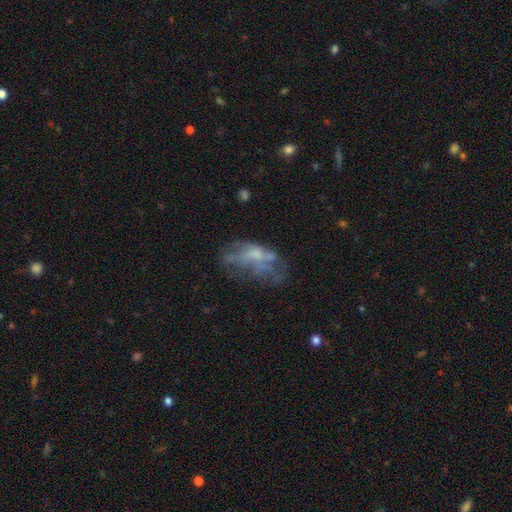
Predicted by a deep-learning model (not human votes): A featured or disk galaxy (54%) with no bar (85%), no spiral arms (86%) and no central bulge (43%).

Vote fractions:
- Smooth or featured? featured or disk: 54% / smooth: 32% / star or artifact: 14%
- Edge-on disk? no: 95% / yes: 5%
- Bar? no: 85% / weak: 12% / strong: 3%
- Spiral arms? no: 86% / yes: 14%
- Bulge size? none: 43% / small: 28% / moderate: 24% / large: 4% / dominant: 1%
- Merging? none: 37% / major disturbance: 34% / minor disturbance: 20% / merger: 9%